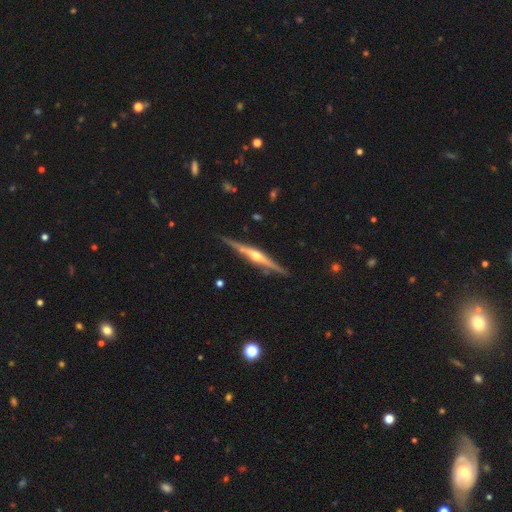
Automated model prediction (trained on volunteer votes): Q: Smooth or featured?
A: featured or disk (81%); runner-up: smooth (14%)
Q: Edge-on disk?
A: yes (98%); runner-up: no (2%)
Q: Edge-on bulge?
A: rounded (86%); runner-up: none (8%)
Q: Merging?
A: none (86%); runner-up: minor disturbance (10%)